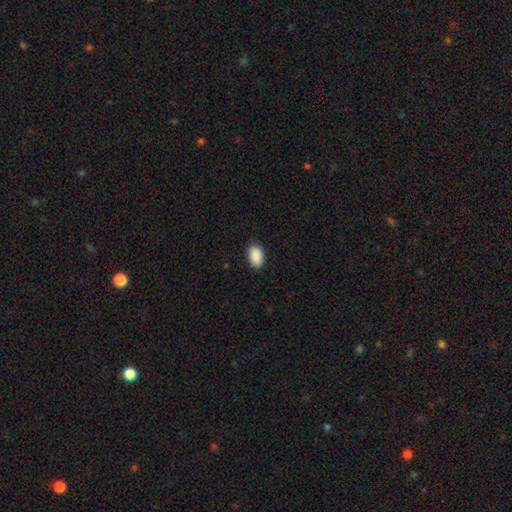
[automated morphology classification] This appears to be a smooth galaxy with no disk features (91%) that is in between round and cigar-shaped (91%). Merging: none (87%).